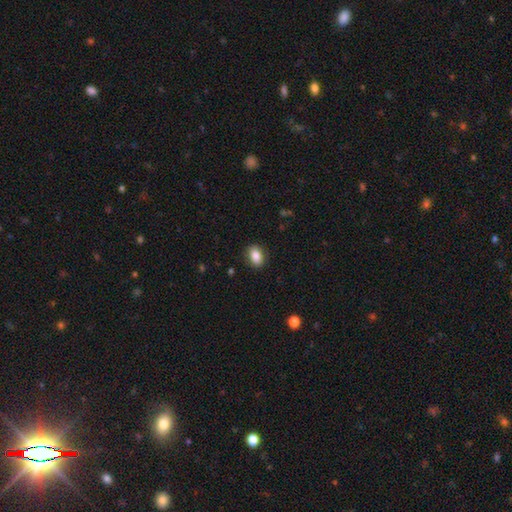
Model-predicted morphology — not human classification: This is clearly a smooth galaxy (85%). How rounded: clearly in between (80%). Merging: clearly none (88%).